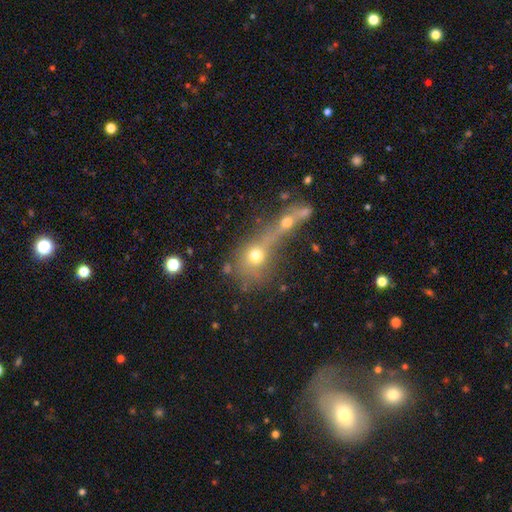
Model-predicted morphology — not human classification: Smooth or featured? Predicted: smooth (p=0.61). How rounded? Predicted: round (p=0.67). Merging? Predicted: merger (p=0.61).